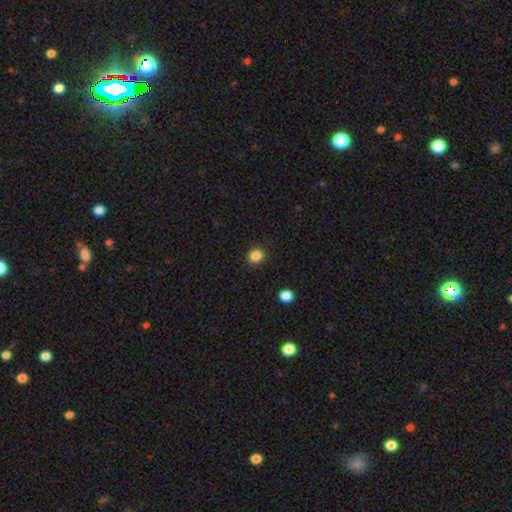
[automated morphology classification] Q: Smooth or featured?
A: smooth (86%); runner-up: star or artifact (11%)
Q: How rounded?
A: round (82%); runner-up: in between (18%)
Q: Merging?
A: none (90%); runner-up: minor disturbance (6%)